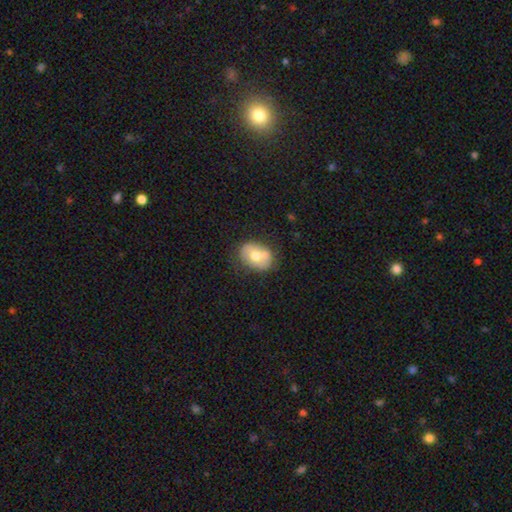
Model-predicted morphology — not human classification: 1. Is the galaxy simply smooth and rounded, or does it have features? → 59% smooth, 34% featured or disk, 8% star or artifact.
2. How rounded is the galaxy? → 68% in between, 31% round, 1% cigar-shaped.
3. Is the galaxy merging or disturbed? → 59% none, 20% minor disturbance, 16% merger, 5% major disturbance.